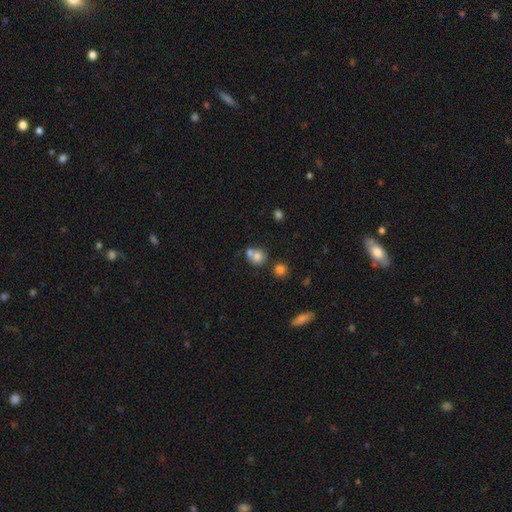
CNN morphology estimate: Smooth or featured? smooth (74%)
How rounded? round (74%)
Merging? merger (50%)